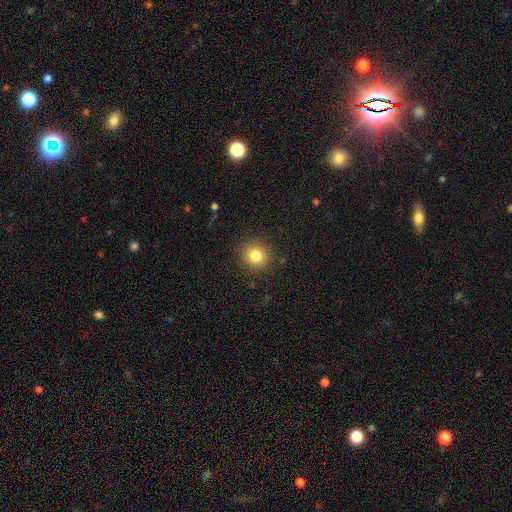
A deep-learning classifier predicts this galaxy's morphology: Overall: smooth (82%). How rounded: round (90%). Merging: none (90%).